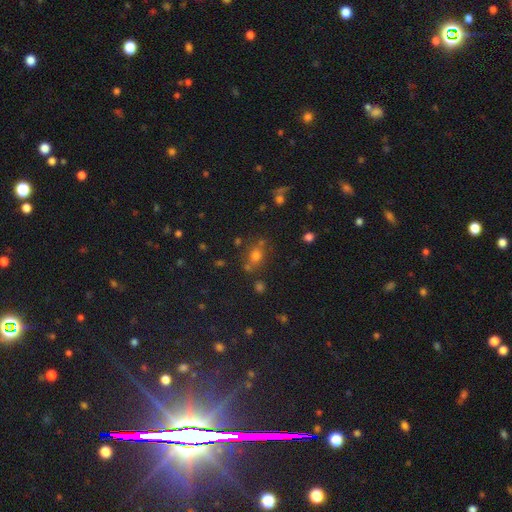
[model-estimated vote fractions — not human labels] smooth_or_featured: smooth (p=0.61) [alt: star or artifact p=0.28]
how_rounded: round (p=0.60) [alt: in between p=0.38]
merging: none (p=0.69) [alt: minor disturbance p=0.14]